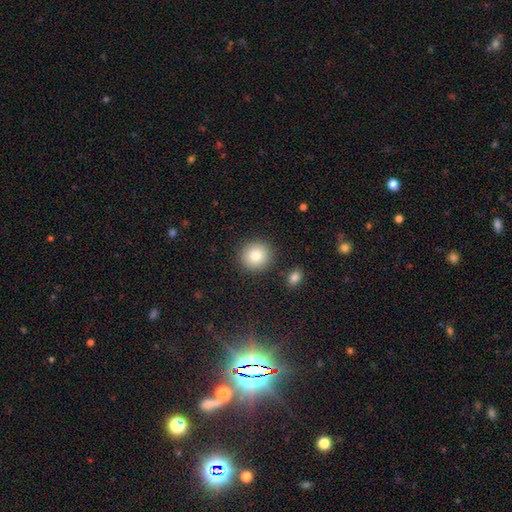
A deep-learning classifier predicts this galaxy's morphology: A smooth galaxy with no disk features (82%) that is round (91%). Merging: none (89%).